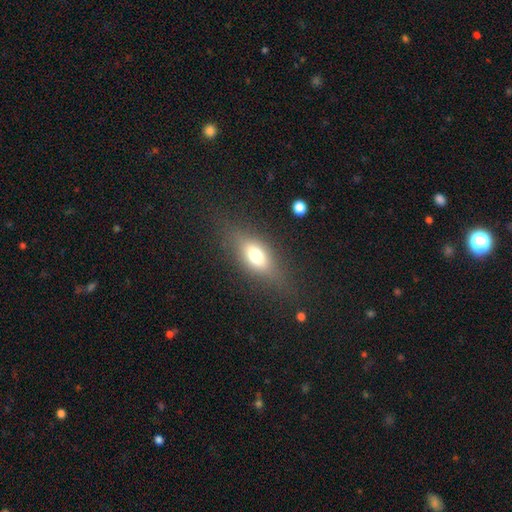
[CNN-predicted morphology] Smooth or featured: smooth — 63% (featured or disk — 26%)
How rounded: in between — 72% (cigar-shaped — 19%)
Merging: none — 74% (minor disturbance — 15%)